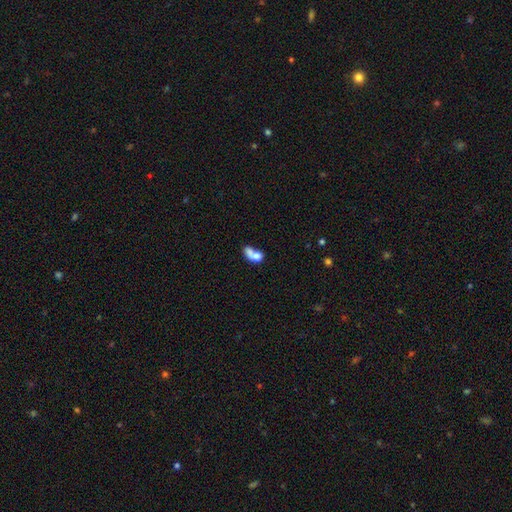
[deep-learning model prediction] Q: Smooth or featured?
A: smooth (70%); runner-up: featured or disk (21%)
Q: How rounded?
A: in between (72%); runner-up: round (25%)
Q: Merging?
A: merger (62%); runner-up: none (19%)